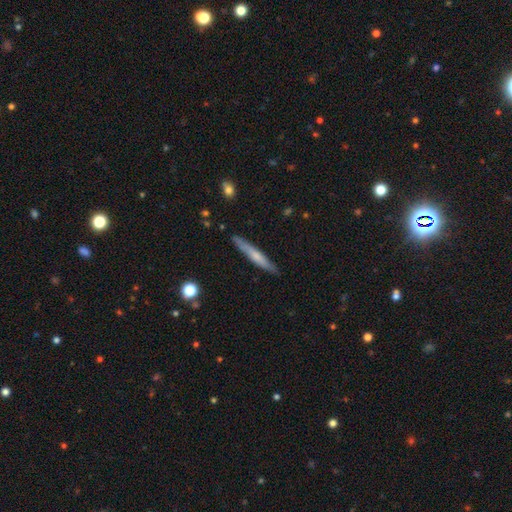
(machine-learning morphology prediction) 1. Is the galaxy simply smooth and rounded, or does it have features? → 53% smooth, 41% featured or disk, 6% star or artifact.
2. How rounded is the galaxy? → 95% cigar-shaped, 4% in between, 1% round.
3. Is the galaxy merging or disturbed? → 87% none, 10% minor disturbance, 2% major disturbance, 1% merger.